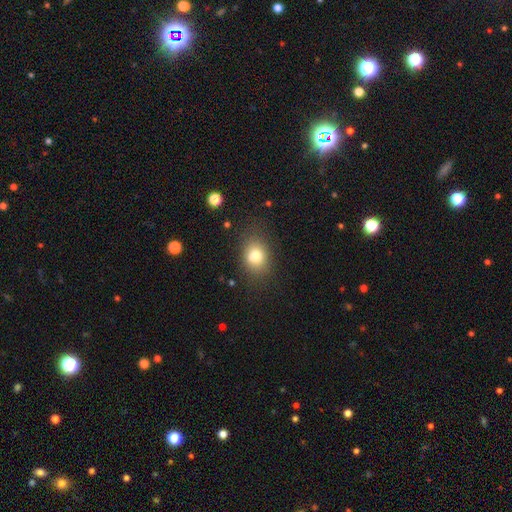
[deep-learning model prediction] This appears to be a smooth galaxy with no disk features (79%) that is in between round and cigar-shaped (58%). Merging: none (80%).